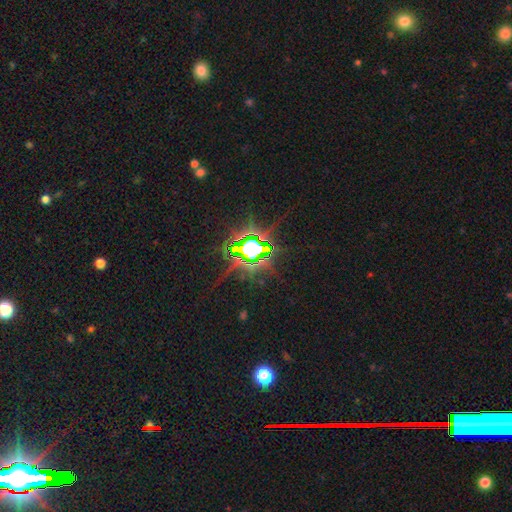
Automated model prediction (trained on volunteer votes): smooth-or-featured: star or artifact: 81% | featured or disk: 11% | smooth: 9%